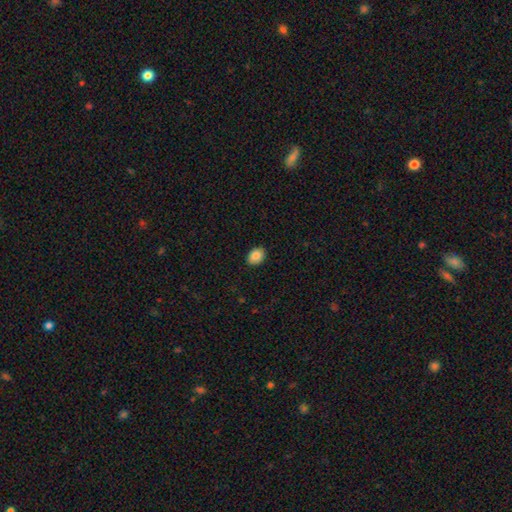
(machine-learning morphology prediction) smooth-or-featured: smooth: 86% | star or artifact: 8% | featured or disk: 6%
  how-rounded: in between: 68% | round: 31% | cigar-shaped: 1%
  merging: none: 90% | minor disturbance: 8% | major disturbance: 2% | merger: 1%